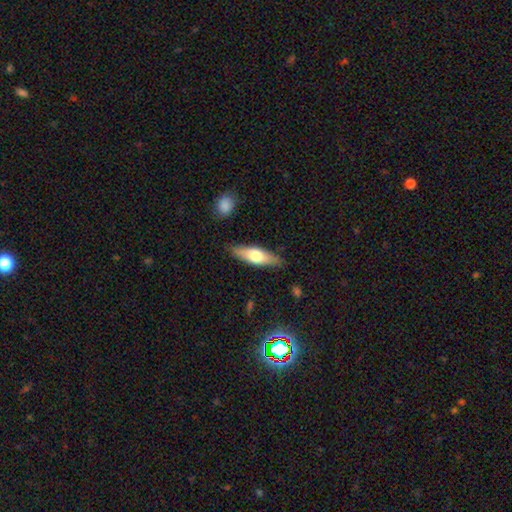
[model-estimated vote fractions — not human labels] Smooth or featured?
  - smooth: 57% *
  - featured or disk: 38%
  - star or artifact: 5%
How rounded?
  - cigar-shaped: 53% *
  - in between: 45%
  - round: 2%
Merging?
  - none: 85% *
  - minor disturbance: 11%
  - major disturbance: 2%
  - merger: 2%